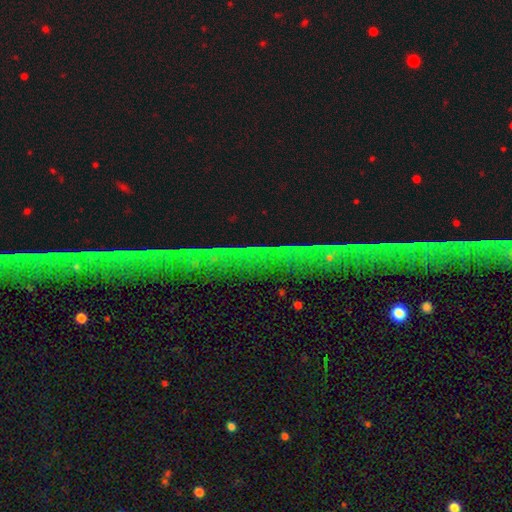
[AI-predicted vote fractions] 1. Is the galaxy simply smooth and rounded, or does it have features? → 86% star or artifact, 9% featured or disk, 6% smooth.